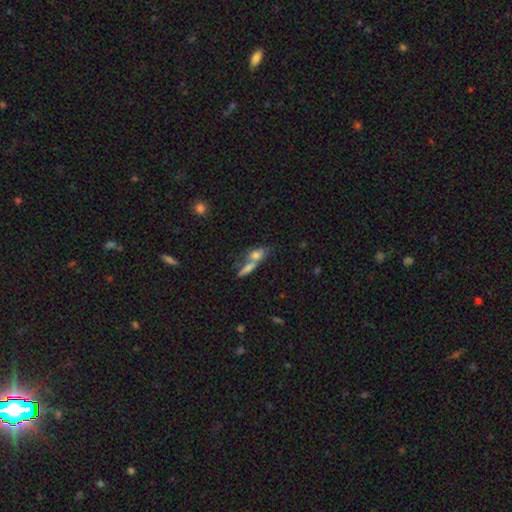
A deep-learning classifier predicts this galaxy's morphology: Smooth or featured?
  - smooth: 66% *
  - featured or disk: 22%
  - star or artifact: 12%
How rounded?
  - in between: 56% *
  - cigar-shaped: 31%
  - round: 13%
Merging?
  - merger: 49% *
  - none: 36%
  - minor disturbance: 10%
  - major disturbance: 6%